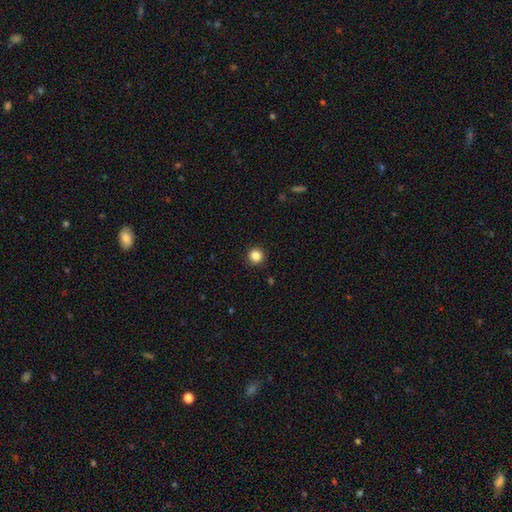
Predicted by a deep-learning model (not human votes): Q: Smooth or featured?
A: smooth (85%); runner-up: star or artifact (11%)
Q: How rounded?
A: round (95%); runner-up: in between (4%)
Q: Merging?
A: none (93%); runner-up: minor disturbance (5%)